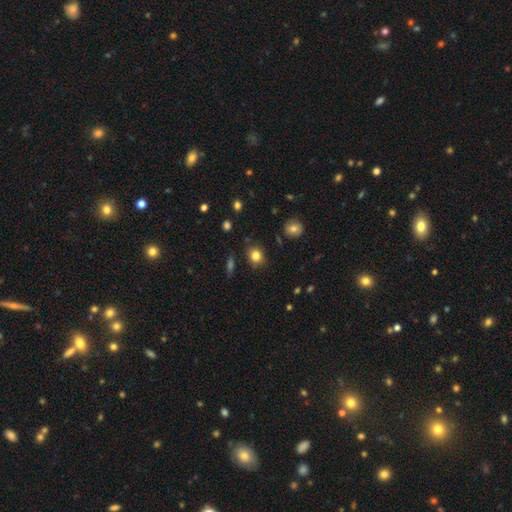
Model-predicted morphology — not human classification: Overall: smooth (82%). How rounded: round (71%). Merging: none (86%).